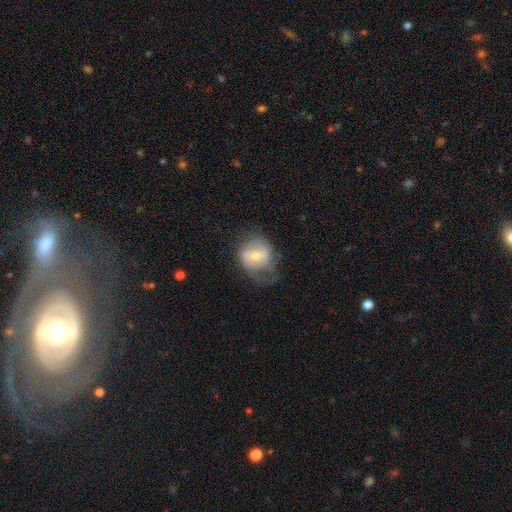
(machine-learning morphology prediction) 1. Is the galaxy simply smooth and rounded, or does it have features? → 57% featured or disk, 37% smooth, 6% star or artifact.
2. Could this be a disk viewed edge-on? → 97% no, 3% yes.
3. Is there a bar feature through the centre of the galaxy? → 47% weak, 36% no, 17% strong.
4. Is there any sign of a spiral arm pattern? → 72% yes, 28% no.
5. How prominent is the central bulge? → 57% moderate, 34% small, 5% large, 2% none, 1% dominant.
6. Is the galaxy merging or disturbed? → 44% none, 27% minor disturbance, 27% major disturbance, 2% merger.